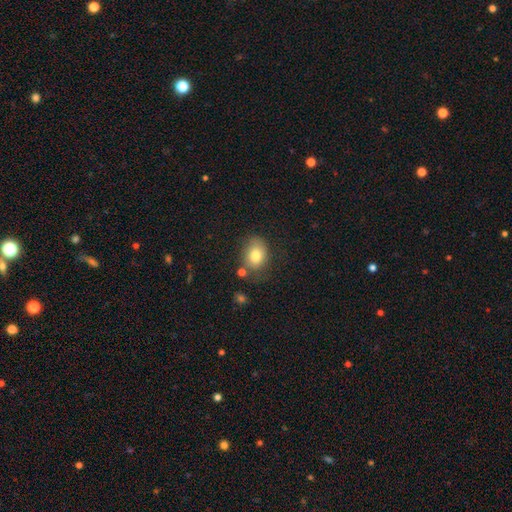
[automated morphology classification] type=smooth (78%); roundness=in between (64%); merging=none (65%).